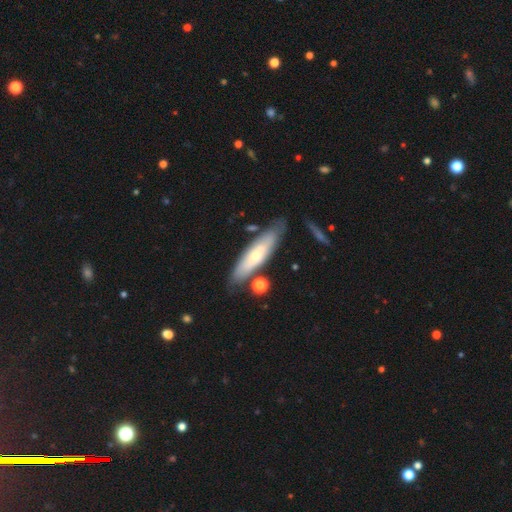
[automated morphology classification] smooth 50%, featured or disk 44%, star or artifact 6%. Down the decision tree: merging — none (76%).